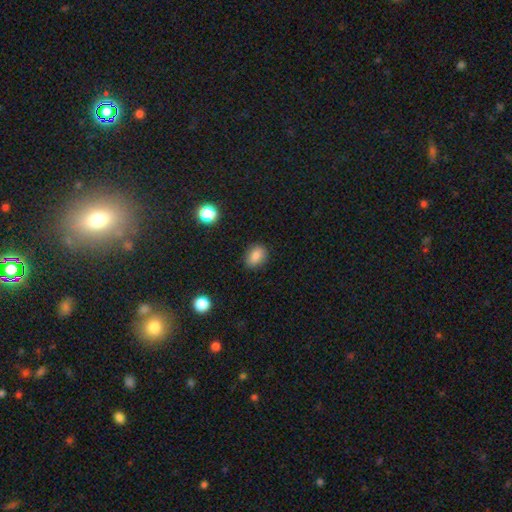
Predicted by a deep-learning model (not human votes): Morphology: type=smooth (84%); roundness=in between (72%); merging=none (83%).